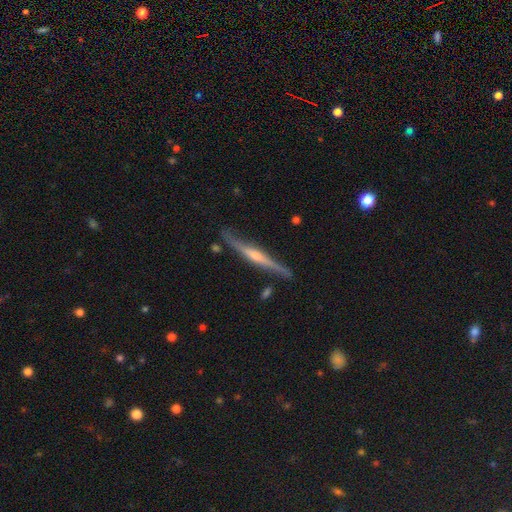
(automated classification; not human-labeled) This is likely a featured or disk galaxy (80%). It is clearly viewed edge-on (97%). Edge-on bulge: likely rounded (80%). Merging: clearly none (83%).